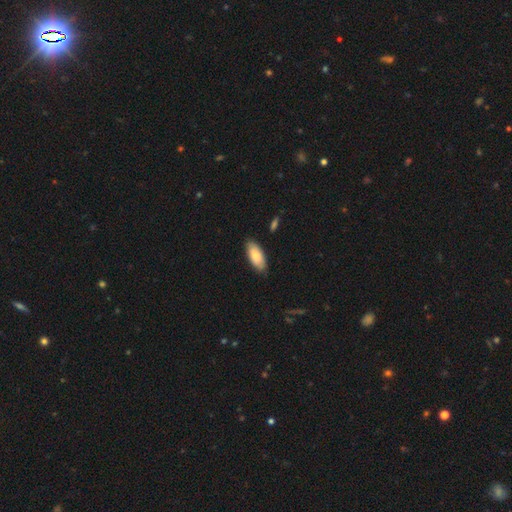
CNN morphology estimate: Smooth or featured? smooth (79%)
How rounded? in between (87%)
Merging? none (82%)